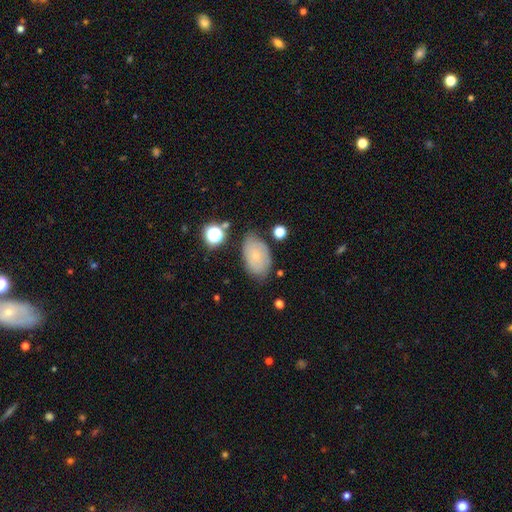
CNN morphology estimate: Smooth or featured? smooth (60%)
How rounded? in between (88%)
Merging? none (68%)